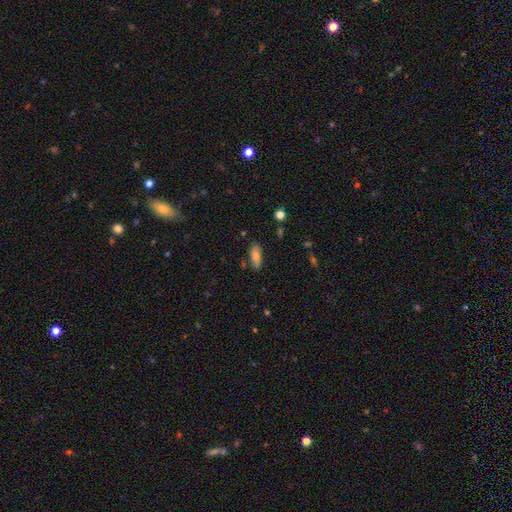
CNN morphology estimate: smooth 76%, featured or disk 16%, star or artifact 8%. Down the decision tree: how rounded — in between (72%); merging — none (79%).